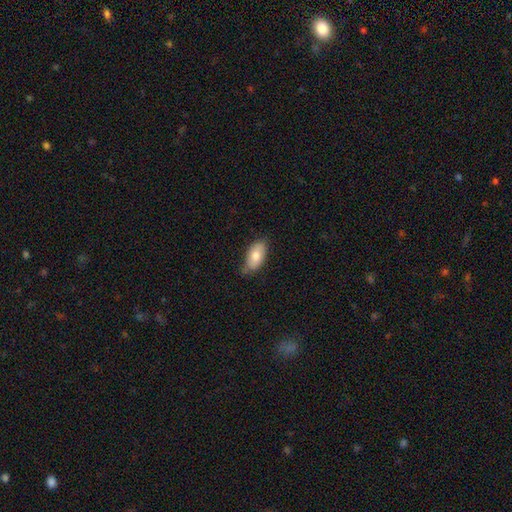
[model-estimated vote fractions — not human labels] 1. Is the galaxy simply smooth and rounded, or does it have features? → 77% smooth, 16% featured or disk, 7% star or artifact.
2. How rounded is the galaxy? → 93% in between, 4% cigar-shaped, 3% round.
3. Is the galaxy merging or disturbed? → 72% none, 23% minor disturbance, 3% major disturbance, 2% merger.